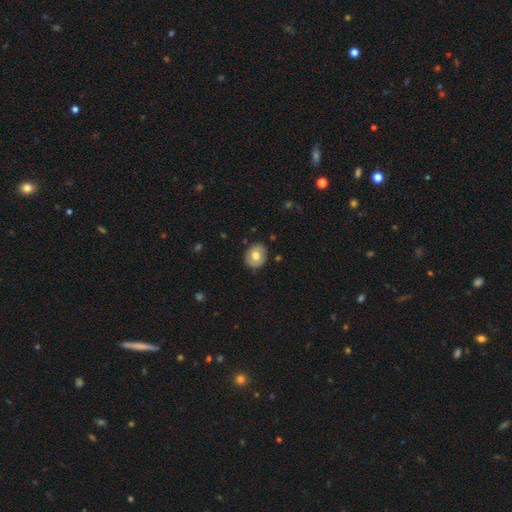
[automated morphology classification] Q: Smooth or featured?
A: smooth (67%); runner-up: featured or disk (26%)
Q: How rounded?
A: round (64%); runner-up: in between (35%)
Q: Merging?
A: none (85%); runner-up: minor disturbance (11%)